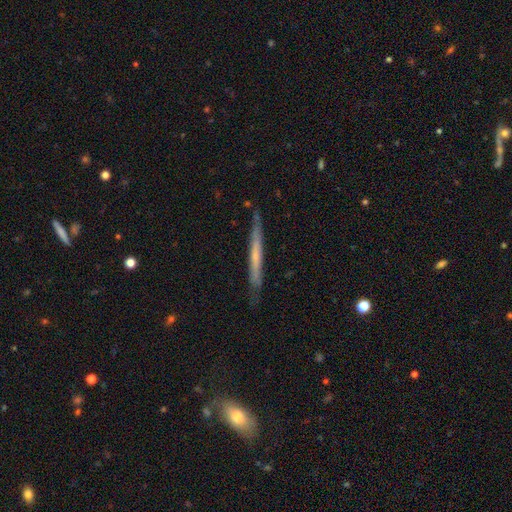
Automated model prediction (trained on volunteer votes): This appears to be a featured or disk galaxy (52%) viewed edge-on (94%). Merging: none (82%).